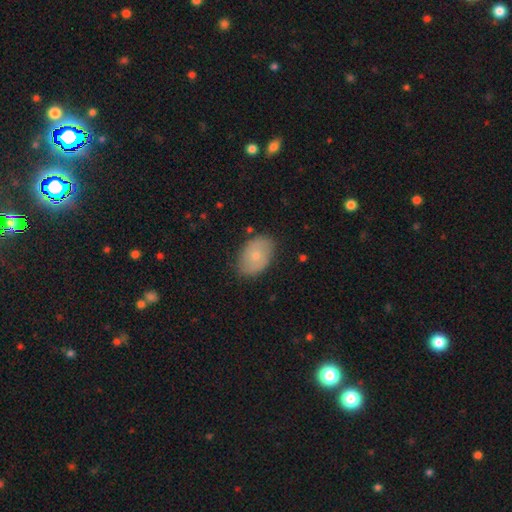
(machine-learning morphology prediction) This is likely a smooth galaxy (67%). How rounded: clearly in between (86%). Merging: clearly none (82%).